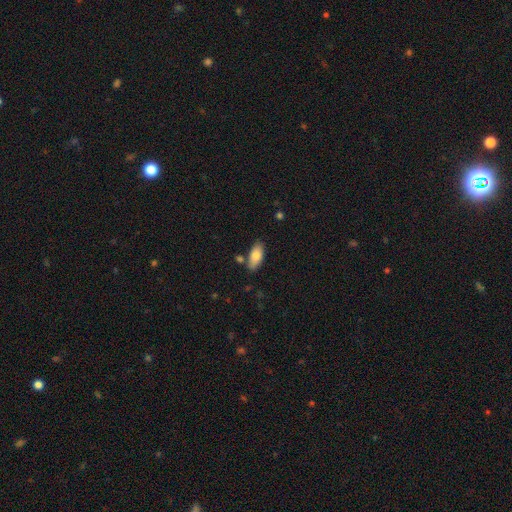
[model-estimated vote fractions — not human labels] smooth_or_featured: smooth (p=0.80) [alt: featured or disk p=0.13]
how_rounded: in between (p=0.88) [alt: cigar-shaped p=0.10]
merging: none (p=0.78) [alt: minor disturbance p=0.13]